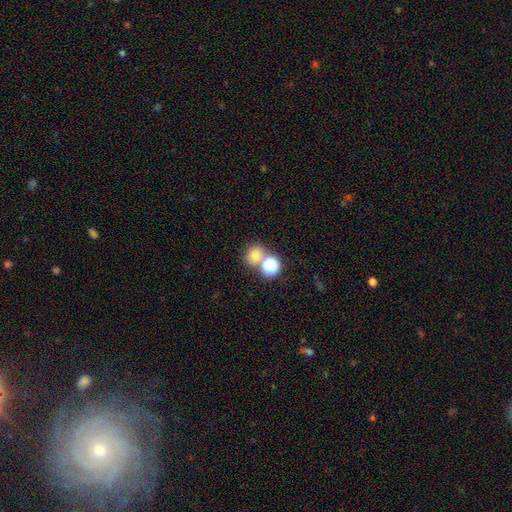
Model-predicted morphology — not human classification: A smooth galaxy with no disk features (71%) that is round (75%). Merging: none (59%).